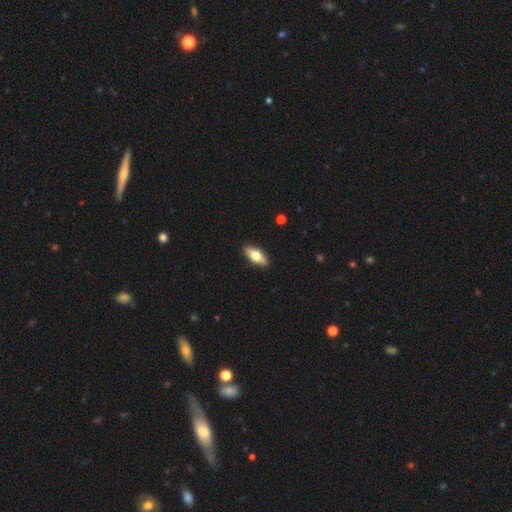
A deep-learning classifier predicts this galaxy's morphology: A smooth galaxy with no disk features (63%) that is in between round and cigar-shaped (76%).

Vote fractions:
- Smooth or featured? smooth: 63% / featured or disk: 32% / star or artifact: 6%
- How rounded? in between: 76% / cigar-shaped: 20% / round: 3%
- Merging? none: 91% / minor disturbance: 7% / major disturbance: 2% / merger: 1%